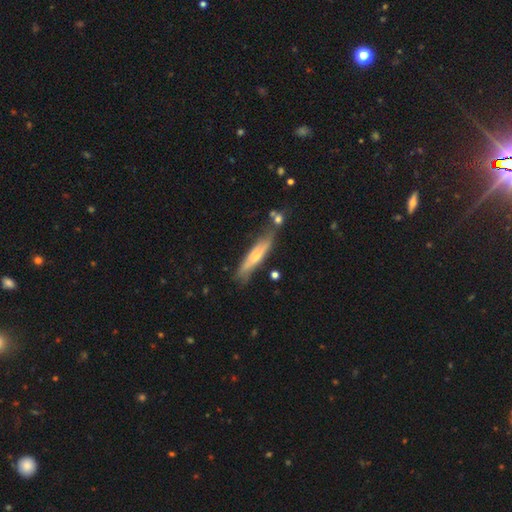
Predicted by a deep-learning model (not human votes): The model was most divided on "smooth or featured": smooth: 48%, featured or disk: 45%, star or artifact: 6%. More confident: merging — none (67%).